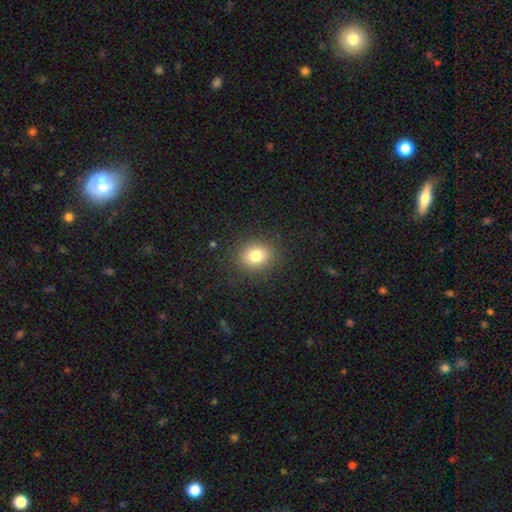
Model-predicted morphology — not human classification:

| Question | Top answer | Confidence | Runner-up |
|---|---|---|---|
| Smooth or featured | smooth | 80% | star or artifact (12%) |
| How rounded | round | 67% | in between (32%) |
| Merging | none | 87% | minor disturbance (9%) |